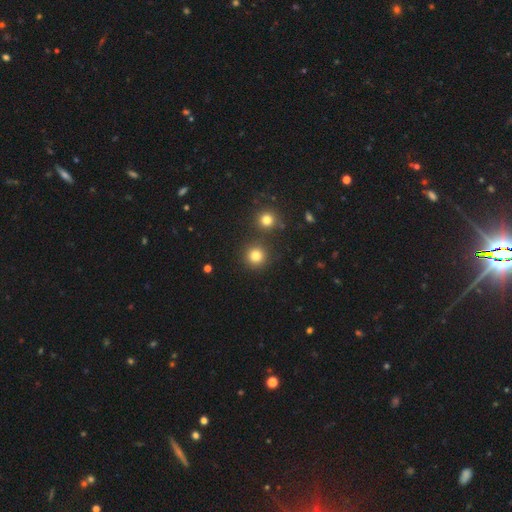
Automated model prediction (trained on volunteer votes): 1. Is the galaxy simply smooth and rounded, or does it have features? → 80% smooth, 14% star or artifact, 6% featured or disk.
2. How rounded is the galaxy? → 94% round, 5% in between, 1% cigar-shaped.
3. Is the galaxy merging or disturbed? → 85% none, 6% merger, 6% minor disturbance, 2% major disturbance.